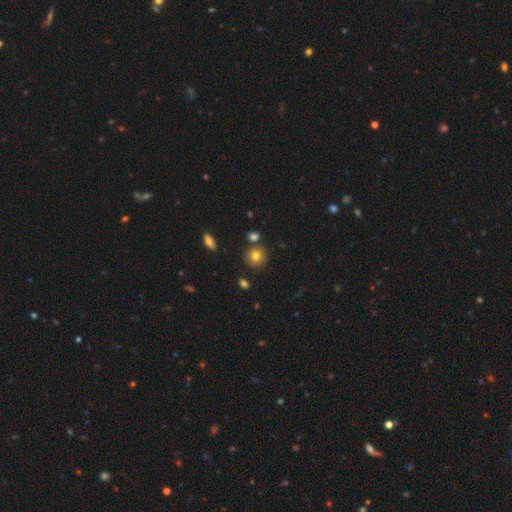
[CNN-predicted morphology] smooth 79%, star or artifact 12%, featured or disk 9%. Down the decision tree: how rounded — round (89%); merging — none (80%).